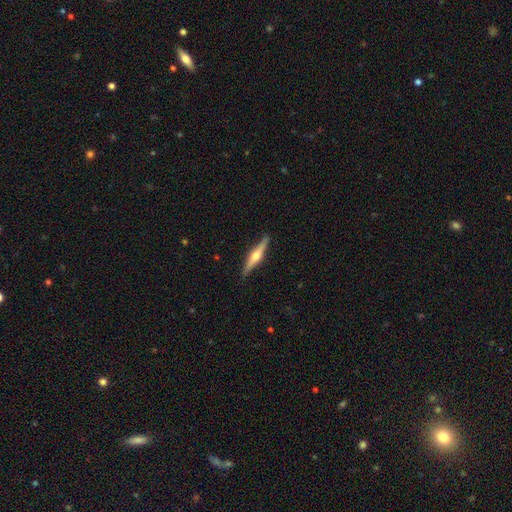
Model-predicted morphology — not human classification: featured or disk 70%, smooth 25%, star or artifact 5%. Down the decision tree: edge-on disk — yes (97%); edge-on bulge — rounded (94%); merging — none (89%).